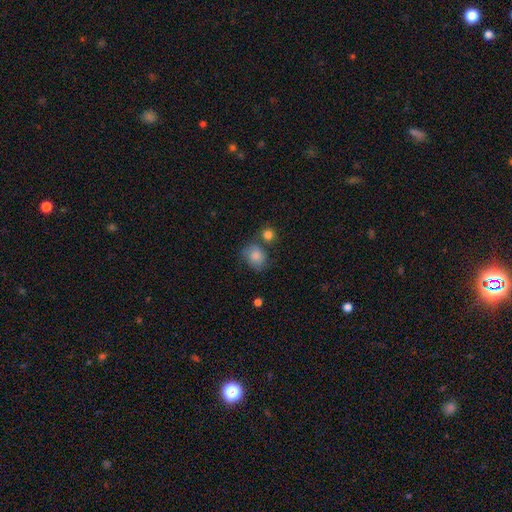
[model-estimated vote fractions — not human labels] Smooth or featured: smooth — 77% (featured or disk — 14%)
How rounded: round — 62% (in between — 37%)
Merging: none — 55% (minor disturbance — 23%)